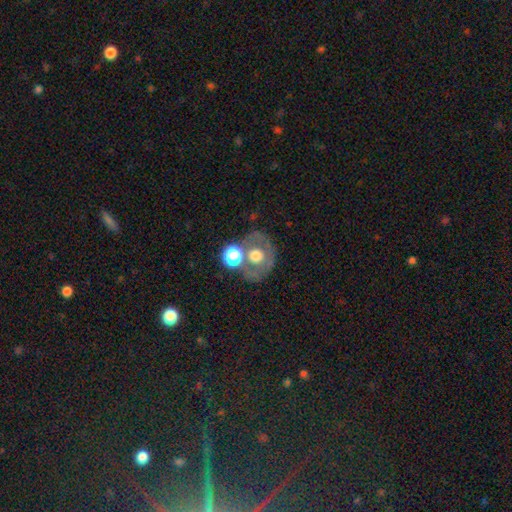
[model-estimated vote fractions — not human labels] This appears to be a smooth galaxy with no disk features (49%). Merging: none (58%).